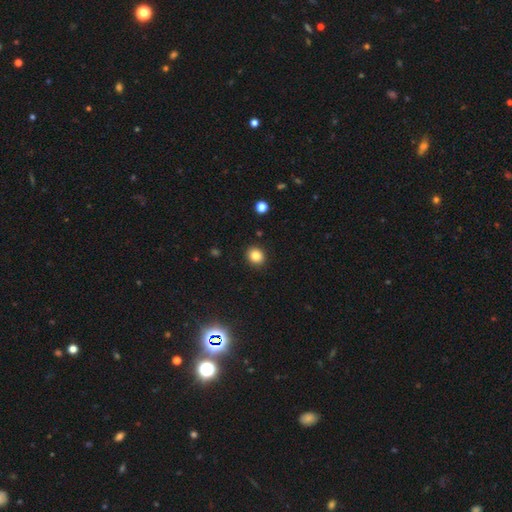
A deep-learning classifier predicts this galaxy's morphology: Smooth or featured?
  - smooth: 83% *
  - star or artifact: 12%
  - featured or disk: 6%
How rounded?
  - round: 75% *
  - in between: 24%
  - cigar-shaped: 1%
Merging?
  - none: 91% *
  - minor disturbance: 6%
  - major disturbance: 2%
  - merger: 1%